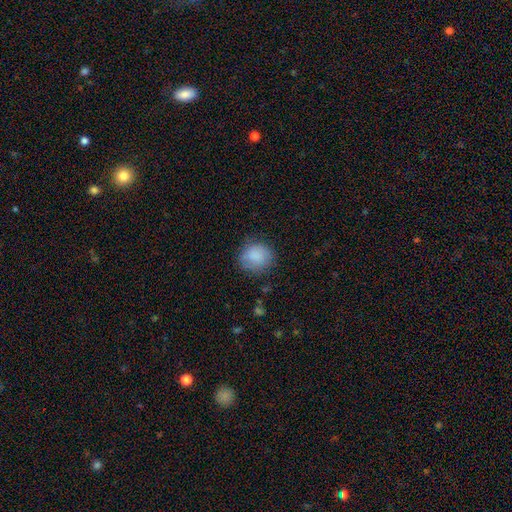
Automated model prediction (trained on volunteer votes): A smooth galaxy with no disk features (84%) that is round (78%). Merging: none (76%).